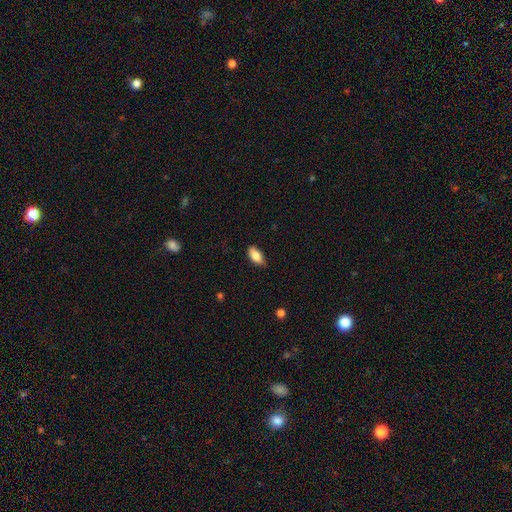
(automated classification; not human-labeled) smooth-or-featured: smooth: 84% | featured or disk: 9% | star or artifact: 7%
  how-rounded: in between: 88% | cigar-shaped: 9% | round: 3%
  merging: none: 83% | minor disturbance: 14% | major disturbance: 2% | merger: 1%